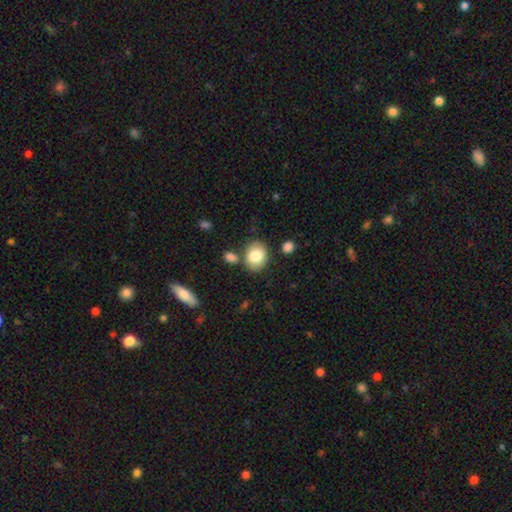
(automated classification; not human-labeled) This appears to be a smooth galaxy with no disk features (82%) that is in between round and cigar-shaped (57%). Merging: none (74%).